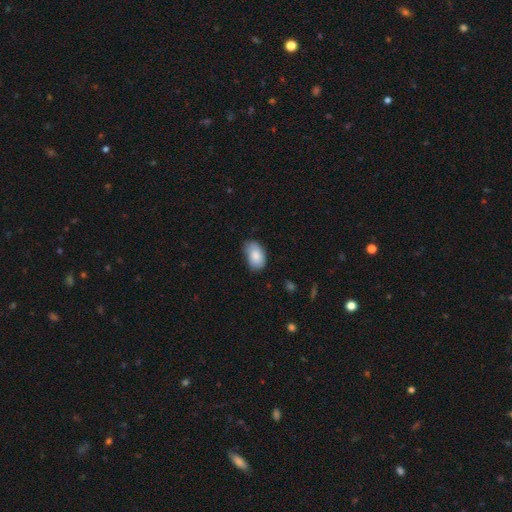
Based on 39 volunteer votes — Smooth or featured? 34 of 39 (87%) said smooth. How rounded? 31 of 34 (91%) said in between. Merging? 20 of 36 (56%) said none.